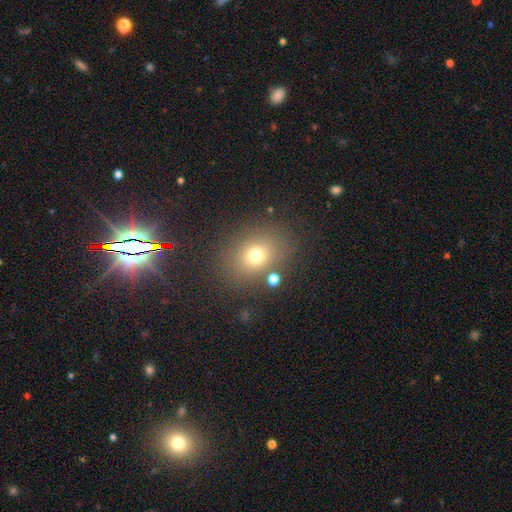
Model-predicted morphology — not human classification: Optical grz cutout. It shows a smooth galaxy with no disk features (71%) that is in between round and cigar-shaped (51%). Merging: none (80%).